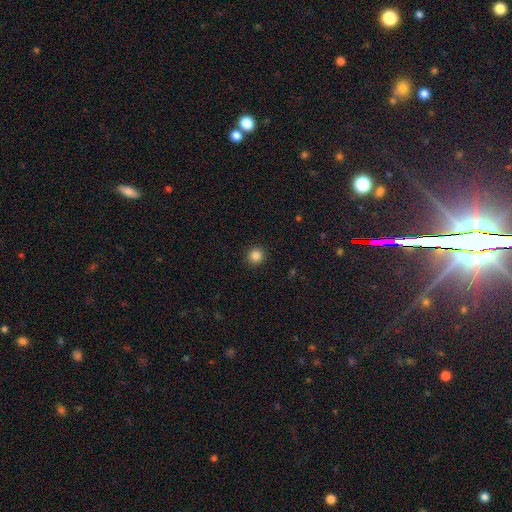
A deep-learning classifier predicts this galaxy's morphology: Smooth or featured?
  - smooth: 85% *
  - star or artifact: 11%
  - featured or disk: 4%
How rounded?
  - round: 94% *
  - in between: 5%
  - cigar-shaped: 1%
Merging?
  - none: 93% *
  - minor disturbance: 5%
  - major disturbance: 2%
  - merger: 1%